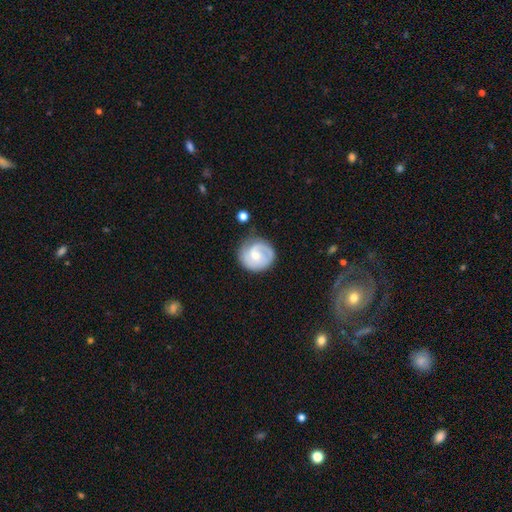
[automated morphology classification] This appears to be a featured or disk galaxy (68%) with no bar (56%), 2 (50%) tight (51%) spiral arms (88%) and a moderate central bulge (48%). Merging: none (69%).